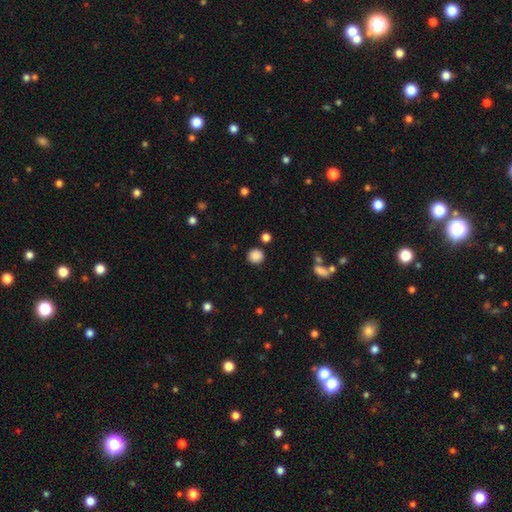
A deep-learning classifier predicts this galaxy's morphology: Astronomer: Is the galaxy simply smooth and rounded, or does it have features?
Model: smooth — 86%.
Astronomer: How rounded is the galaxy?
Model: round — 90%.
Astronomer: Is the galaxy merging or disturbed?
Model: none — 86%.